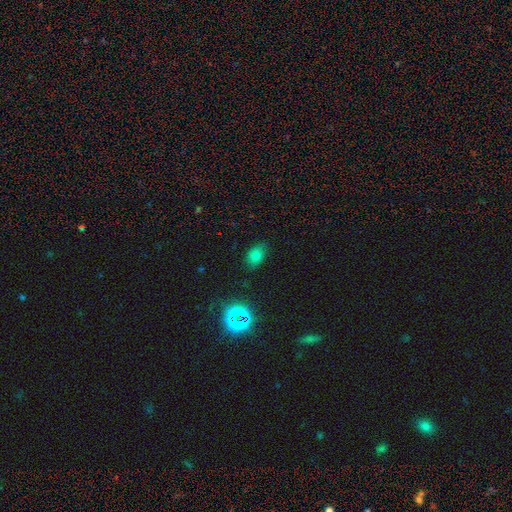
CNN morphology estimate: Smooth or featured? Predicted: smooth (p=0.70). How rounded? Predicted: in between (p=0.81). Merging? Predicted: none (p=0.74).